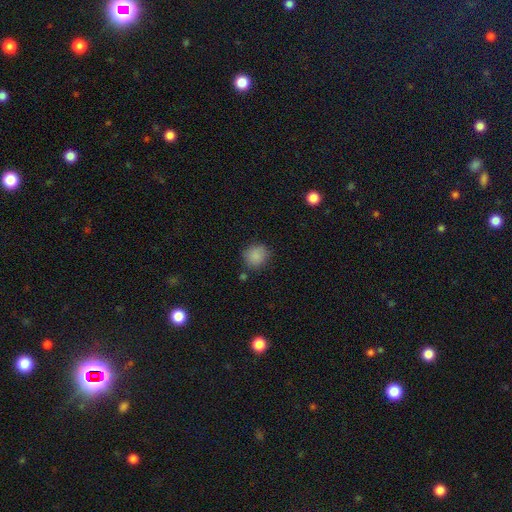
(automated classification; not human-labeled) Smooth or featured: smooth — 86% (star or artifact — 10%)
How rounded: round — 82% (in between — 17%)
Merging: none — 79% (minor disturbance — 13%)